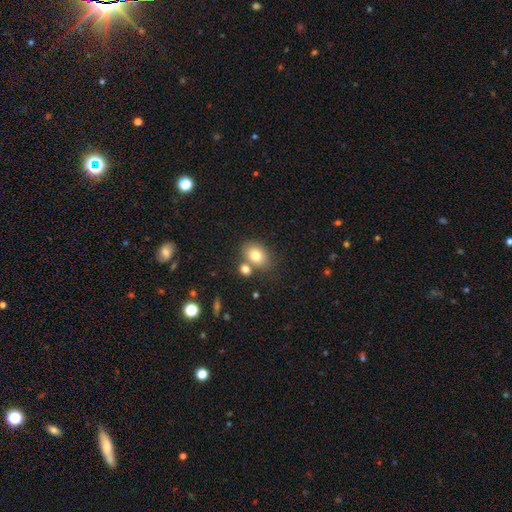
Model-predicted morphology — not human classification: Q: Smooth or featured?
A: smooth (79%); runner-up: featured or disk (11%)
Q: How rounded?
A: in between (66%); runner-up: round (33%)
Q: Merging?
A: none (60%); runner-up: merger (26%)